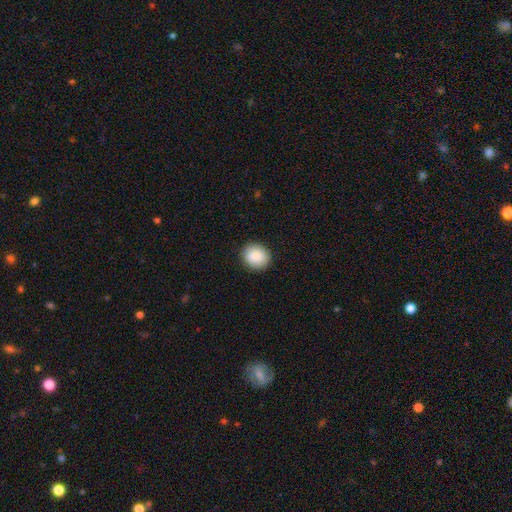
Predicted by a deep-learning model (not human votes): smooth_or_featured: smooth (p=0.88) [alt: star or artifact p=0.07]
how_rounded: round (p=0.76) [alt: in between p=0.23]
merging: none (p=0.89) [alt: minor disturbance p=0.08]